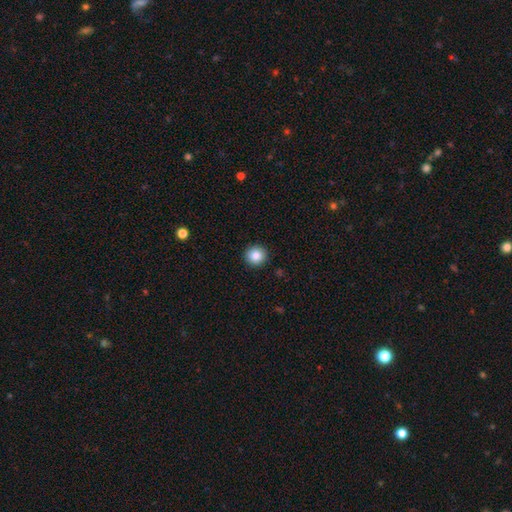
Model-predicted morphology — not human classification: smooth_or_featured: smooth (p=0.86) [alt: star or artifact p=0.09]
how_rounded: round (p=0.94) [alt: in between p=0.05]
merging: none (p=0.93) [alt: minor disturbance p=0.05]